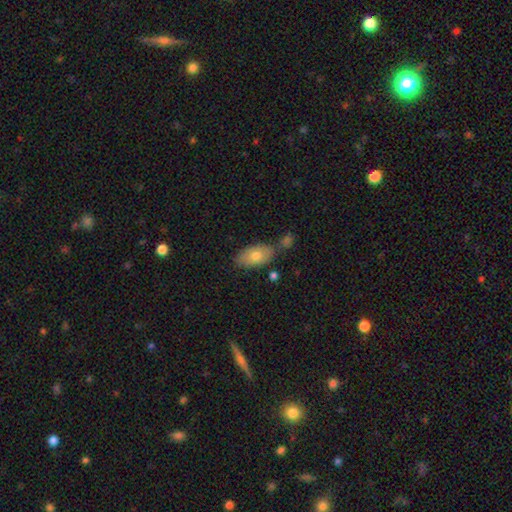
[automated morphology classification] A smooth galaxy with no disk features (73%) that is in between round and cigar-shaped (91%). Merging: none (65%).